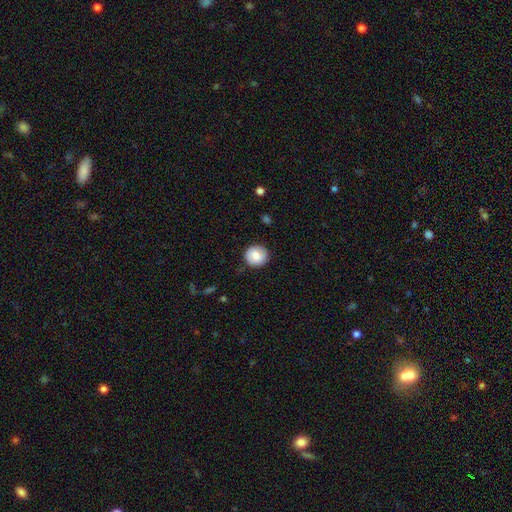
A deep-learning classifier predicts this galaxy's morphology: This is likely a smooth galaxy (79%). How rounded: clearly round (92%). Merging: clearly none (88%).